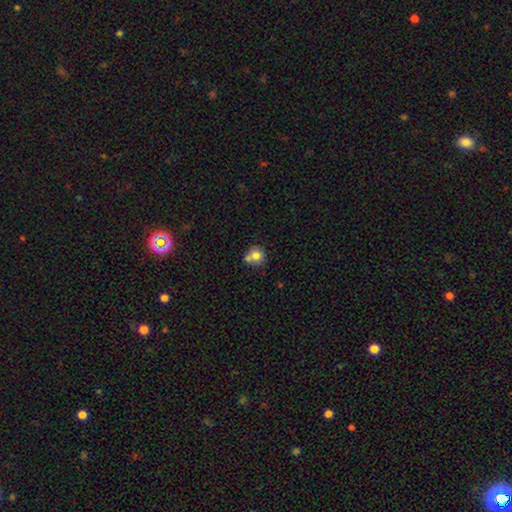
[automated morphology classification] smooth-or-featured: smooth: 76% | featured or disk: 14% | star or artifact: 10%
  how-rounded: round: 84% | in between: 15% | cigar-shaped: 1%
  merging: none: 51% | merger: 26% | minor disturbance: 18% | major disturbance: 5%